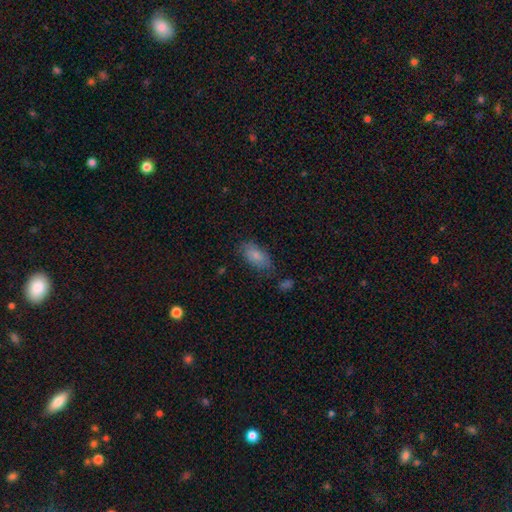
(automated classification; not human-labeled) This appears to be a smooth galaxy with no disk features (82%) that is in between round and cigar-shaped (90%). Merging: none (70%).